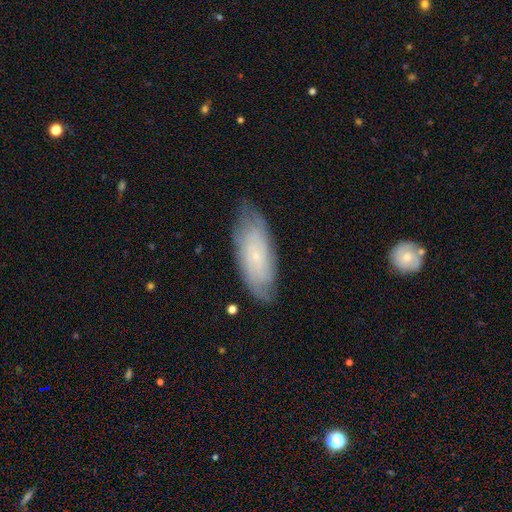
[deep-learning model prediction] Smooth or featured? Predicted: featured or disk (p=0.58). Edge-on disk? Predicted: no (p=0.87). Bar? Predicted: no (p=0.79). Spiral arms? Predicted: yes (p=0.83). Bulge size? Predicted: small (p=0.84). Merging? Predicted: none (p=0.73).